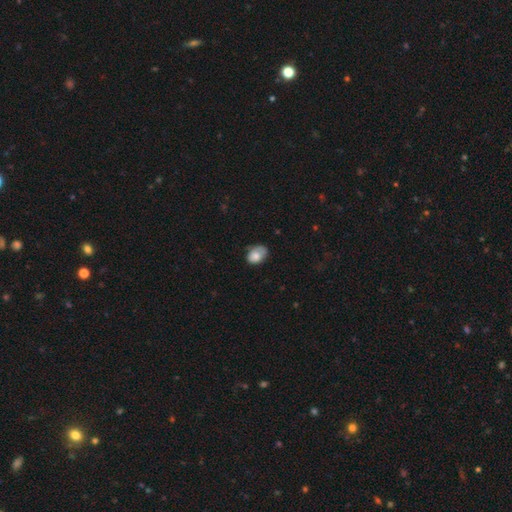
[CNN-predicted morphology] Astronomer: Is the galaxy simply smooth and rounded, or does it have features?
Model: smooth — 76%.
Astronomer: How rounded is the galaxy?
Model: in between — 74%.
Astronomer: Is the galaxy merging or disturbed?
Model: none — 51% (runner-up: minor disturbance, 35%).